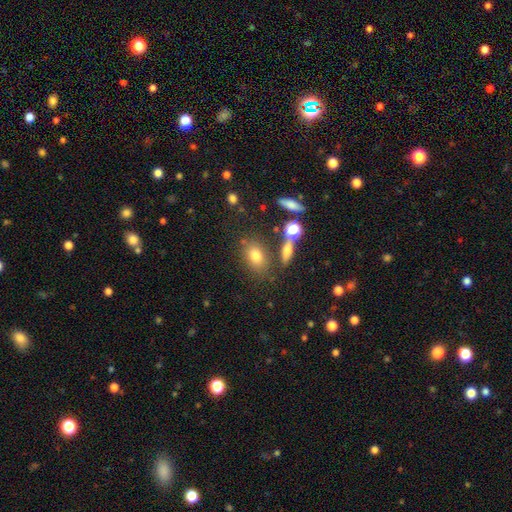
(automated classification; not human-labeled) smooth-or-featured: smooth: 73% | star or artifact: 14% | featured or disk: 13%
  how-rounded: in between: 72% | round: 25% | cigar-shaped: 4%
  merging: none: 70% | minor disturbance: 13% | merger: 12% | major disturbance: 5%